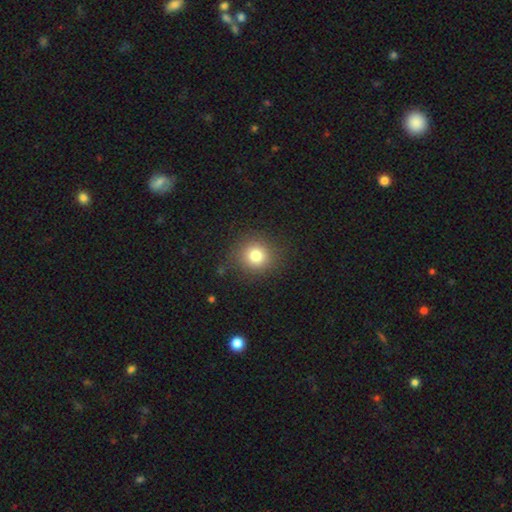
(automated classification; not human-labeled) Smooth or featured: smooth — 80% (star or artifact — 12%)
How rounded: round — 89% (in between — 10%)
Merging: none — 85% (minor disturbance — 10%)